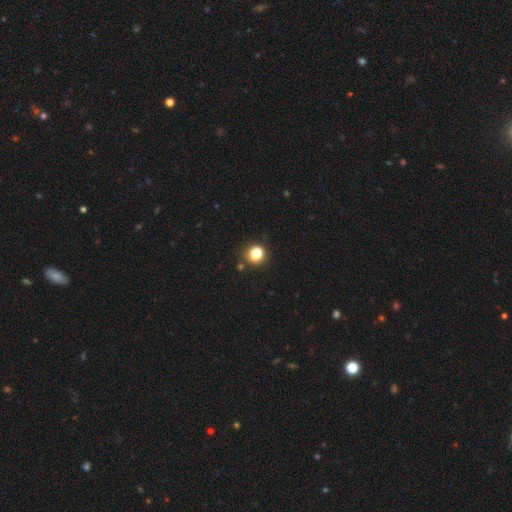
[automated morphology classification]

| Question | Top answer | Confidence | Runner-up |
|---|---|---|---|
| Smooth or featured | smooth | 80% | star or artifact (15%) |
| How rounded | round | 85% | in between (14%) |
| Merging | none | 85% | minor disturbance (8%) |